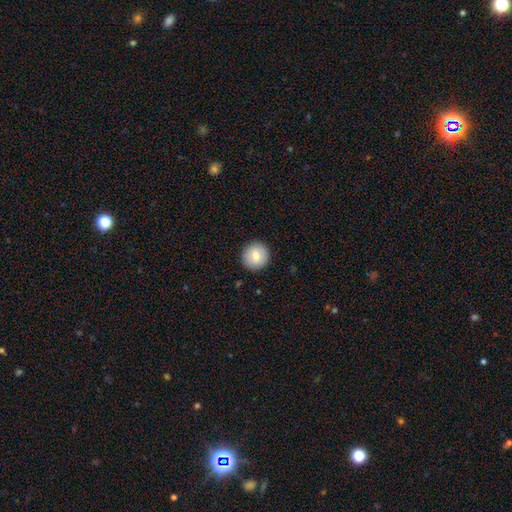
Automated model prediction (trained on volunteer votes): smooth 78%, featured or disk 14%, star or artifact 8%. Down the decision tree: how rounded — round (95%); merging — none (92%).